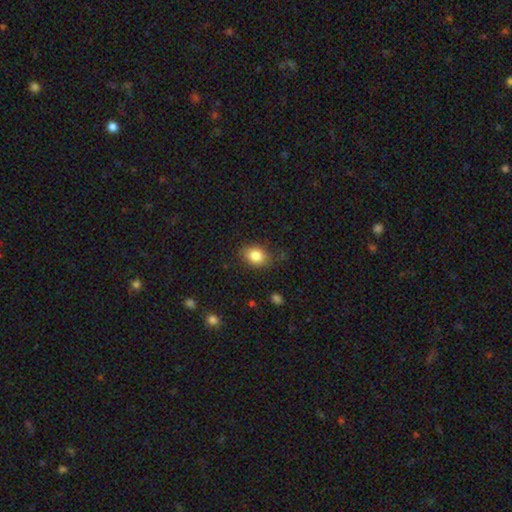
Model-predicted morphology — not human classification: type=smooth (84%); roundness=in between (62%); merging=none (80%).